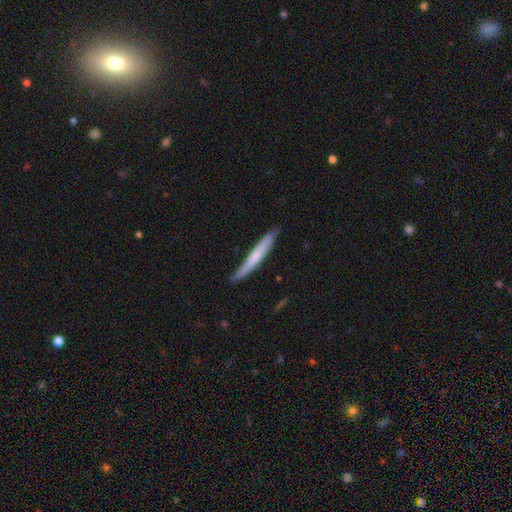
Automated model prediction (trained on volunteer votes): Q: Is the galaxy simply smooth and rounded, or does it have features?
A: smooth — 57%.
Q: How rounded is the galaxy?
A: cigar-shaped — 96%.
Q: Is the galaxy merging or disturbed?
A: none — 85%.